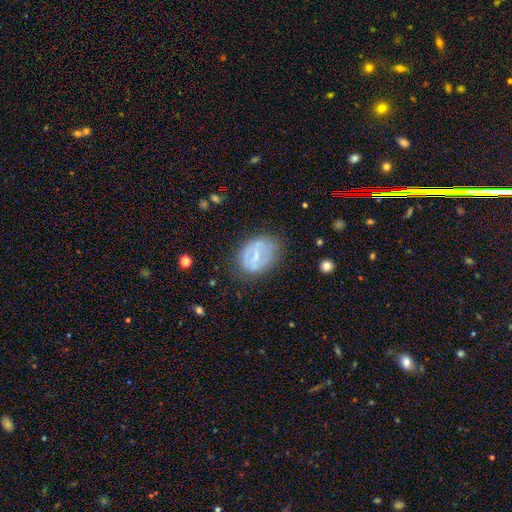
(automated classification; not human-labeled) Overall: featured or disk (57%; smooth 34%). Edge-on disk: no (94%). Bar: weak (41%; strong 40%). Spiral arms: no (66%; yes 34%). Bulge size: small (56%; moderate 28%). Merging: none (68%).